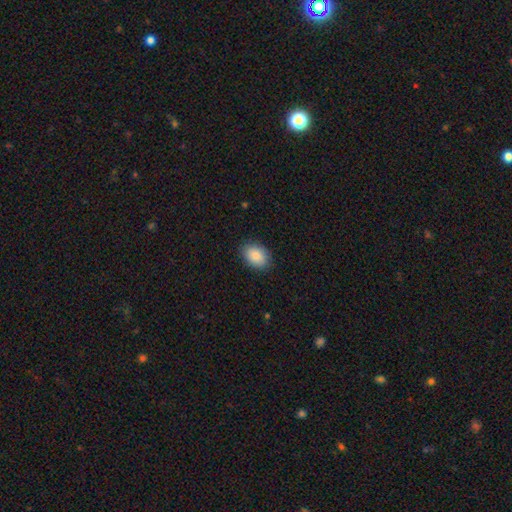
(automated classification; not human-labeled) smooth 87%, star or artifact 7%, featured or disk 6%. Down the decision tree: how rounded — in between (79%); merging — none (87%).